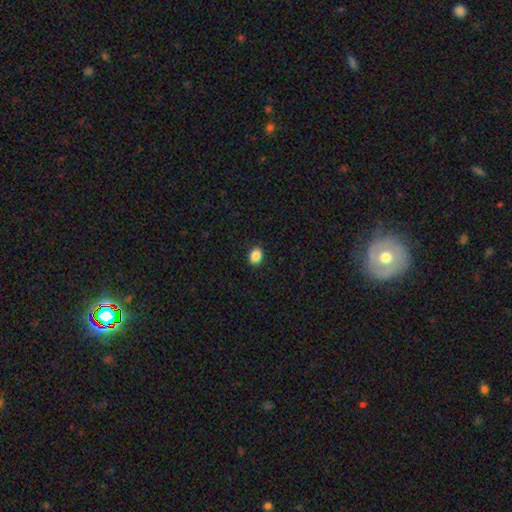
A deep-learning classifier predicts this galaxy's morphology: A smooth galaxy with no disk features (88%) that is in between round and cigar-shaped (68%).

Vote fractions:
- Smooth or featured? smooth: 88% / star or artifact: 9% / featured or disk: 3%
- How rounded? in between: 68% / round: 31% / cigar-shaped: 1%
- Merging? none: 91% / minor disturbance: 7% / major disturbance: 2% / merger: 1%